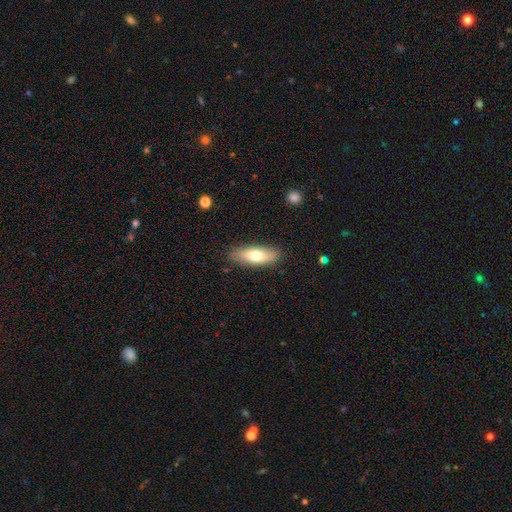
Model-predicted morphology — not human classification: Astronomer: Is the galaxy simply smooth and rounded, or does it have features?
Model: smooth — 67%.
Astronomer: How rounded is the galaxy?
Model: in between — 62%.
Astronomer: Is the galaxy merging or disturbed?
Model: none — 86%.